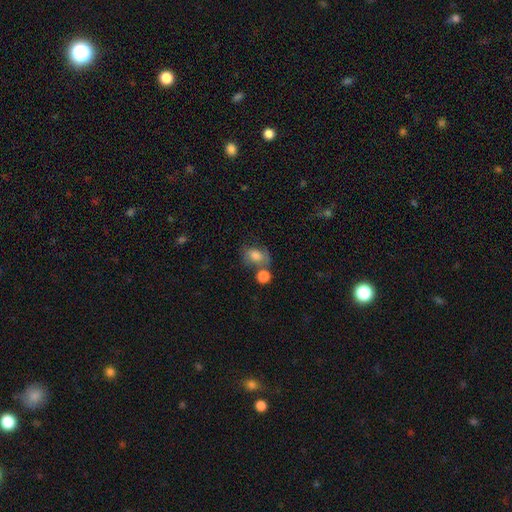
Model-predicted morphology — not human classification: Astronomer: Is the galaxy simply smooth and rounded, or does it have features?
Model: smooth — 72%.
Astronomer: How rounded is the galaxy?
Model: in between — 63%.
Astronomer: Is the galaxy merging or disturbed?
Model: none — 44% (runner-up: merger, 25%).